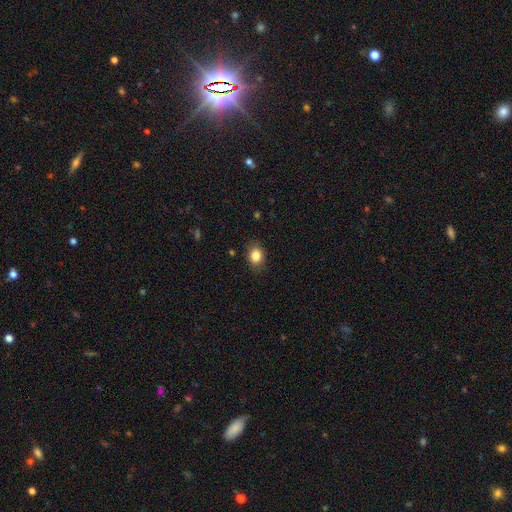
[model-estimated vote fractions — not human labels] Overall: smooth (84%). How rounded: in between (61%; round 38%). Merging: none (82%).